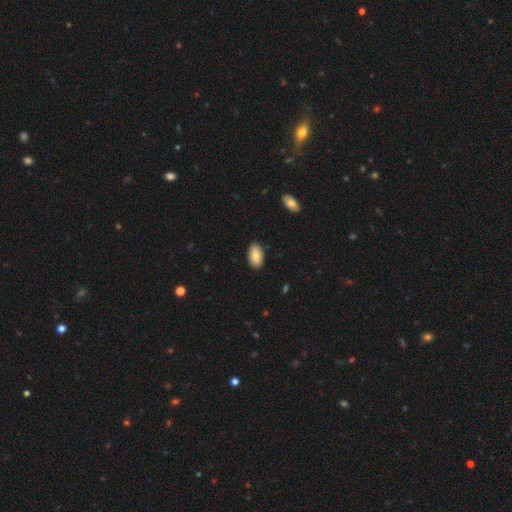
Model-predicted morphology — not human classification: Smooth or featured?
  - smooth: 80% *
  - featured or disk: 14%
  - star or artifact: 7%
How rounded?
  - in between: 94% *
  - round: 4%
  - cigar-shaped: 1%
Merging?
  - none: 88% *
  - minor disturbance: 9%
  - major disturbance: 2%
  - merger: 1%